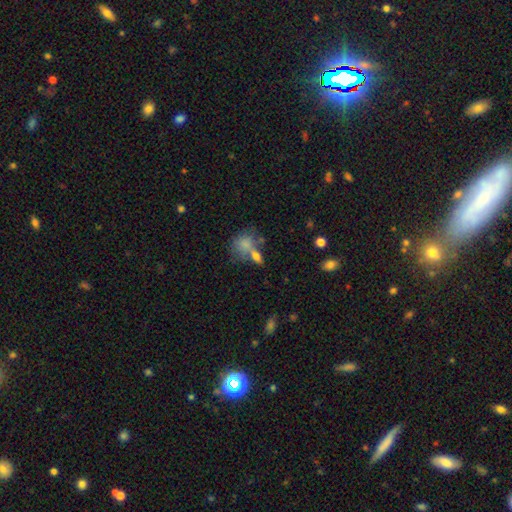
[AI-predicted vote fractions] Morphology: type=smooth (71%); roundness=in between (64%); merging=none (39%).